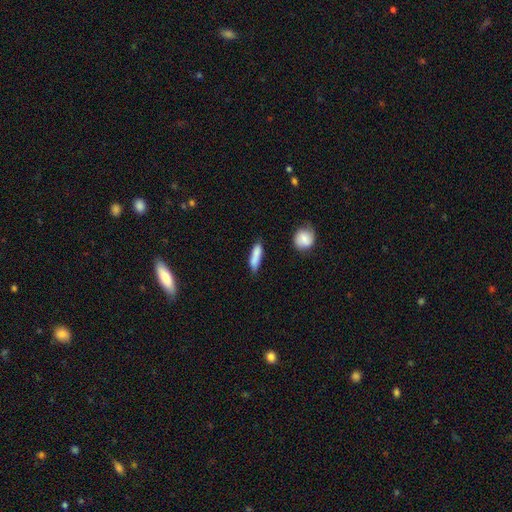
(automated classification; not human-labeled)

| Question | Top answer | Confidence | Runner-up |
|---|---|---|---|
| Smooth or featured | smooth | 83% | featured or disk (11%) |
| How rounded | cigar-shaped | 72% | in between (26%) |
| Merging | none | 73% | minor disturbance (19%) |